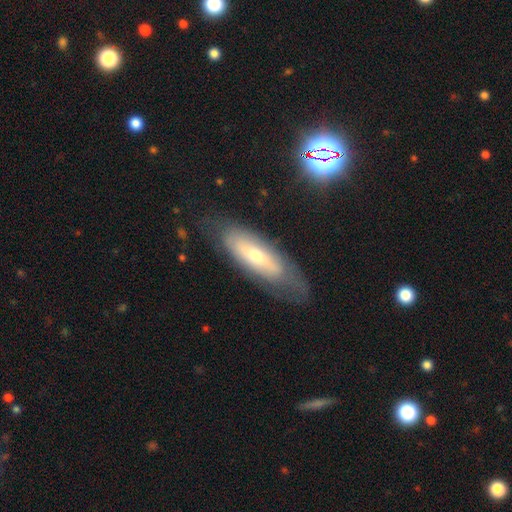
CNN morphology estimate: The model was most divided on "smooth or featured": featured or disk: 51%, smooth: 41%, star or artifact: 8%. More confident: edge-on disk — no (71%); merging — none (59%).